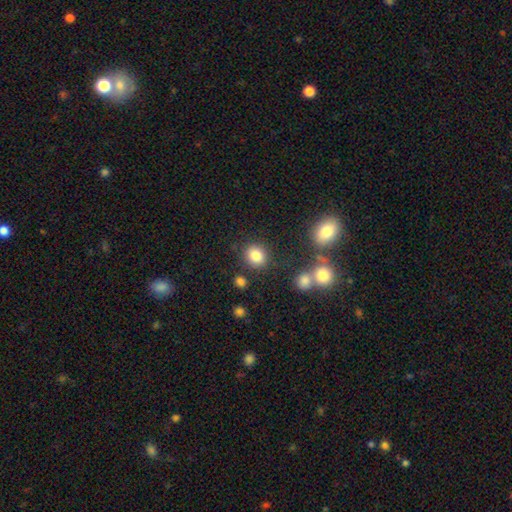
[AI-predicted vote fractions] Smooth or featured? Predicted: smooth (p=0.84). How rounded? Predicted: round (p=0.78). Merging? Predicted: none (p=0.82).